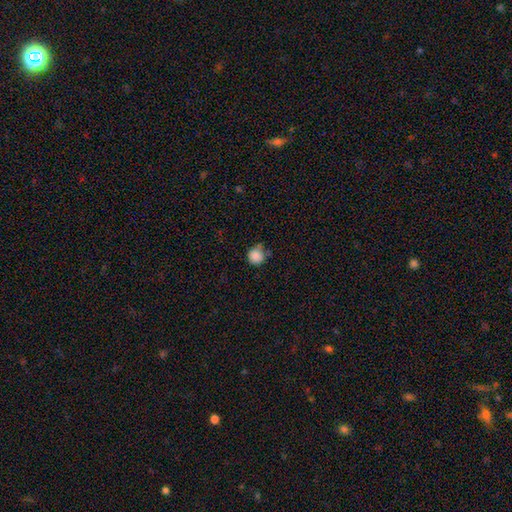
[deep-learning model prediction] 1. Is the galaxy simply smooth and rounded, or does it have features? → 86% smooth, 10% star or artifact, 4% featured or disk.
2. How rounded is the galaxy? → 94% round, 5% in between, 1% cigar-shaped.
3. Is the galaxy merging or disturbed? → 68% none, 20% minor disturbance, 8% merger, 4% major disturbance.